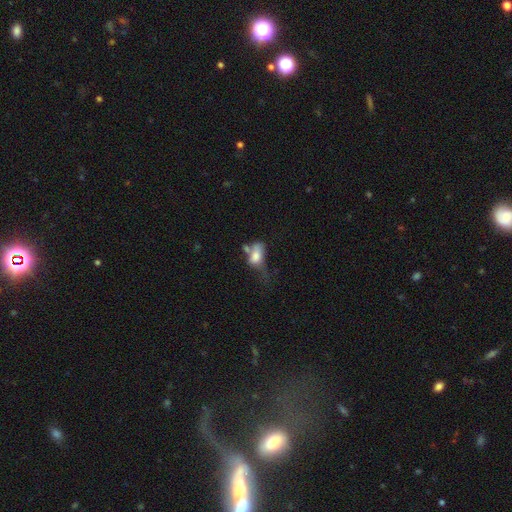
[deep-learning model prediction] Overall: smooth (66%). How rounded: in between (84%). Merging: major disturbance (34%; merger 31%).